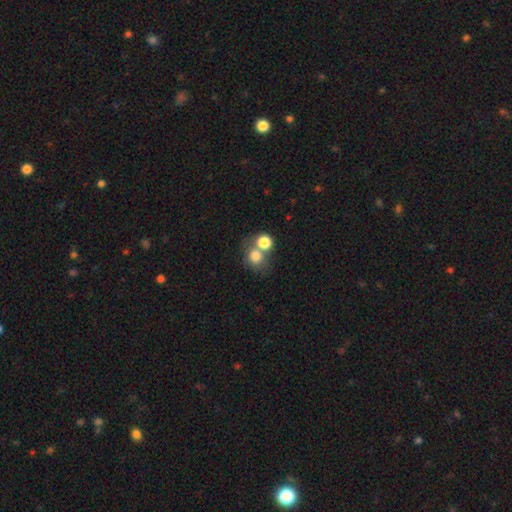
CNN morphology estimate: The model was most divided on "merging": merger: 47%, none: 41%, minor disturbance: 8%, major disturbance: 4%. More confident: how rounded — round (79%); smooth or featured — smooth (77%).